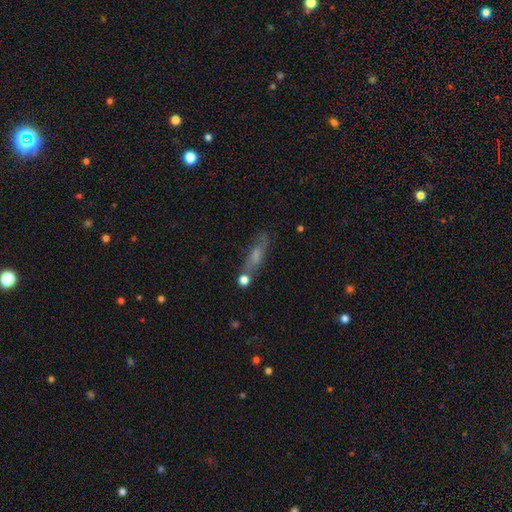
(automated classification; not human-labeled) This appears to be a smooth galaxy with no disk features (46%). Merging: none (62%).